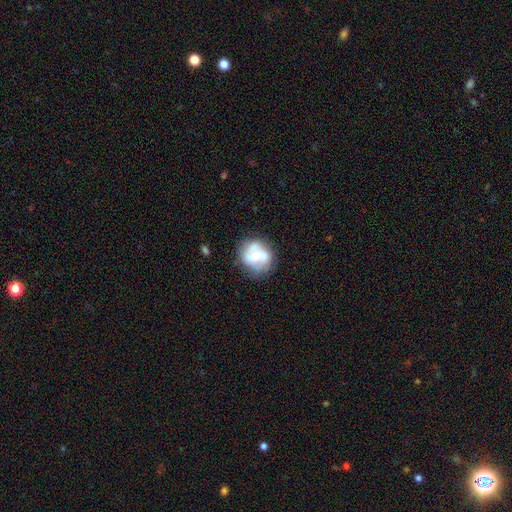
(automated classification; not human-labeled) A featured or disk galaxy (50%).

Vote fractions:
- Smooth or featured? featured or disk: 50% / smooth: 42% / star or artifact: 8%
- Edge-on disk? no: 97% / yes: 3%
- Merging? none: 60% / minor disturbance: 22% / major disturbance: 9% / merger: 8%